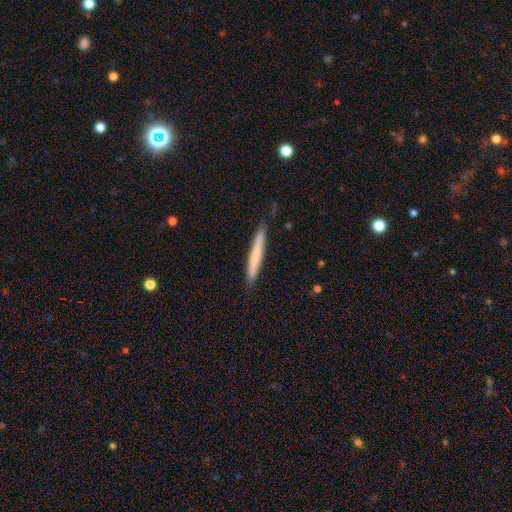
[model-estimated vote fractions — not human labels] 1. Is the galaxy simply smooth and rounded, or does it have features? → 68% smooth, 26% featured or disk, 6% star or artifact.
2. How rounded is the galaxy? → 97% cigar-shaped, 2% in between, 1% round.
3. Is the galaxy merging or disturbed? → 86% none, 11% minor disturbance, 2% major disturbance, 1% merger.